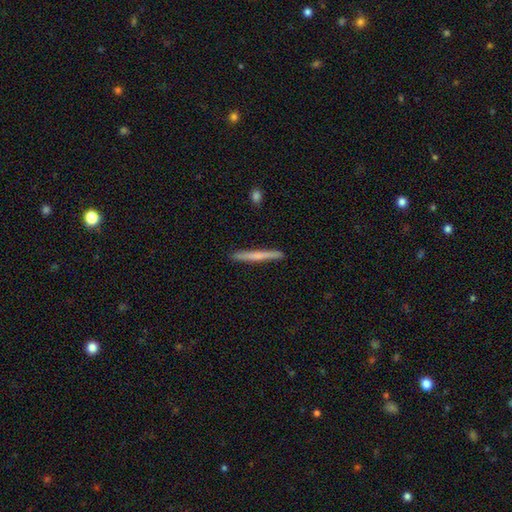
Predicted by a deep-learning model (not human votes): Morphology: type=smooth (46%); merging=none (90%).